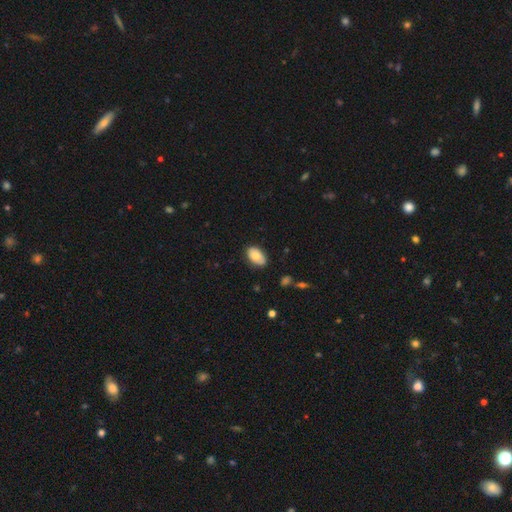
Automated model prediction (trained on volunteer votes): A smooth galaxy with no disk features (78%) that is in between round and cigar-shaped (92%).

Vote fractions:
- Smooth or featured? smooth: 78% / featured or disk: 15% / star or artifact: 7%
- How rounded? in between: 92% / round: 7% / cigar-shaped: 1%
- Merging? none: 75% / minor disturbance: 20% / major disturbance: 4% / merger: 2%